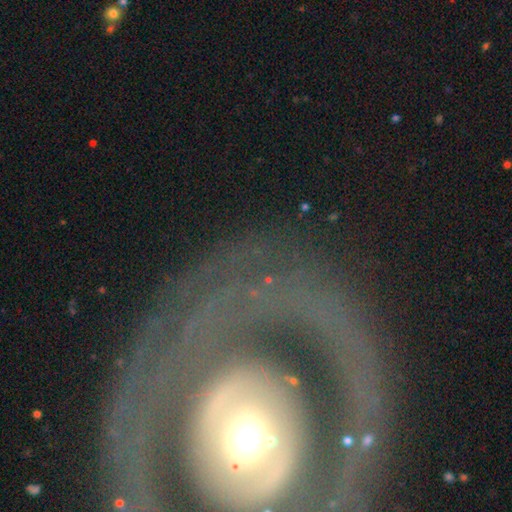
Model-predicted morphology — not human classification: Smooth or featured? Predicted: featured or disk (p=0.72). Edge-on disk? Predicted: no (p=0.92). Bar? Predicted: no (p=0.58). Spiral arms? Predicted: no (p=0.54). Bulge size? Predicted: moderate (p=0.63). Merging? Predicted: none (p=0.74).